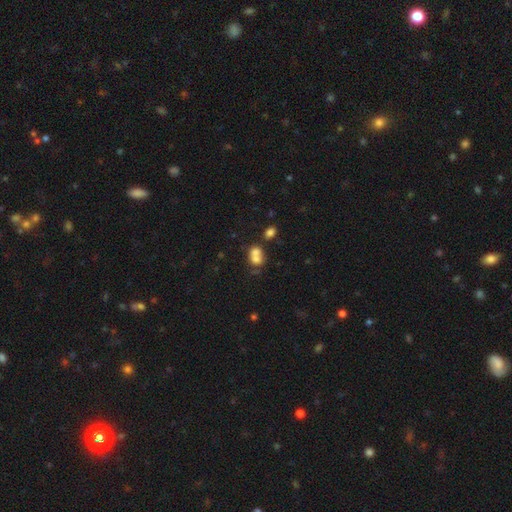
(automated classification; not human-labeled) Overall: smooth (69%). How rounded: round (53%; in between 45%). Merging: merger (67%).